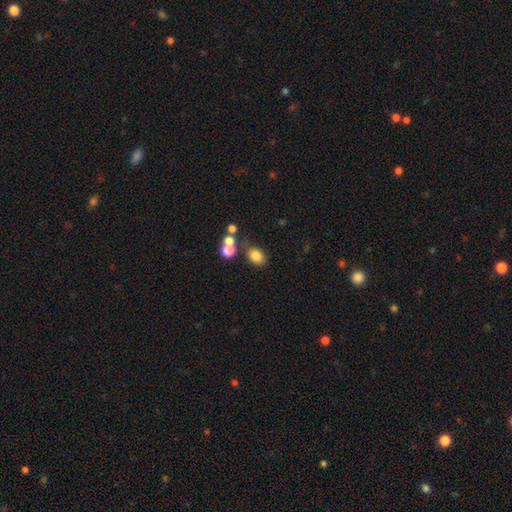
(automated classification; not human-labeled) Smooth or featured?
  - smooth: 80% *
  - star or artifact: 11%
  - featured or disk: 9%
How rounded?
  - in between: 66% *
  - round: 33%
  - cigar-shaped: 1%
Merging?
  - none: 65% *
  - merger: 17%
  - minor disturbance: 13%
  - major disturbance: 5%